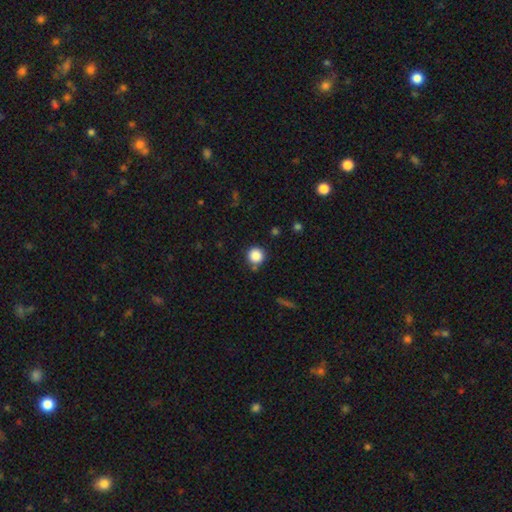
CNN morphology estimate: A smooth galaxy with no disk features (86%) that is round (93%).

Vote fractions:
- Smooth or featured? smooth: 86% / star or artifact: 10% / featured or disk: 3%
- How rounded? round: 93% / in between: 6% / cigar-shaped: 1%
- Merging? none: 82% / minor disturbance: 11% / merger: 4% / major disturbance: 3%